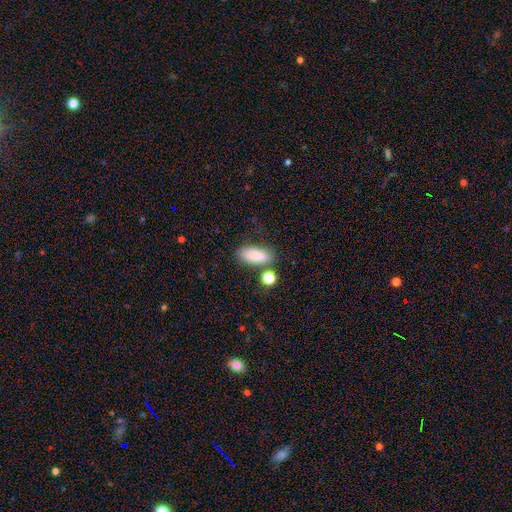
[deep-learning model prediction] Smooth or featured? smooth (84%)
How rounded? in between (81%)
Merging? none (67%)